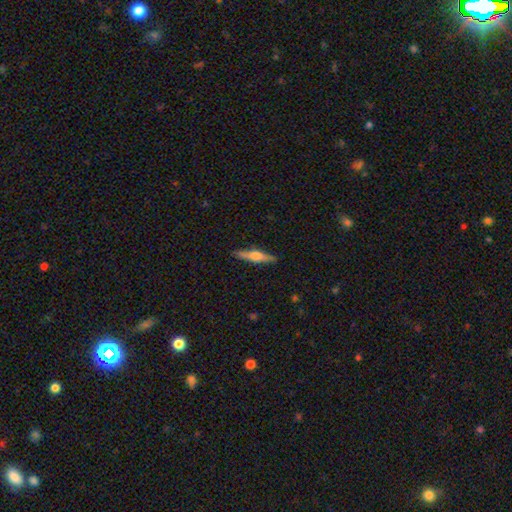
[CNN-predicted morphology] This appears to be a featured or disk galaxy (57%) viewed edge-on (96%) with a rounded central bulge (87%). Merging: none (89%).